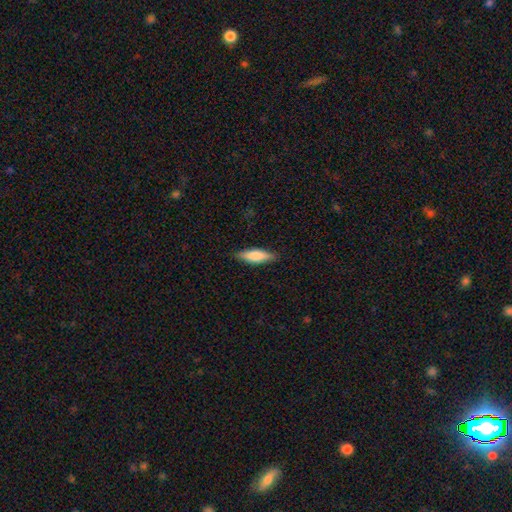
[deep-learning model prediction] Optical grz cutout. It shows a smooth galaxy with no disk features (75%) that is cigar-shaped (54%). Merging: none (86%).